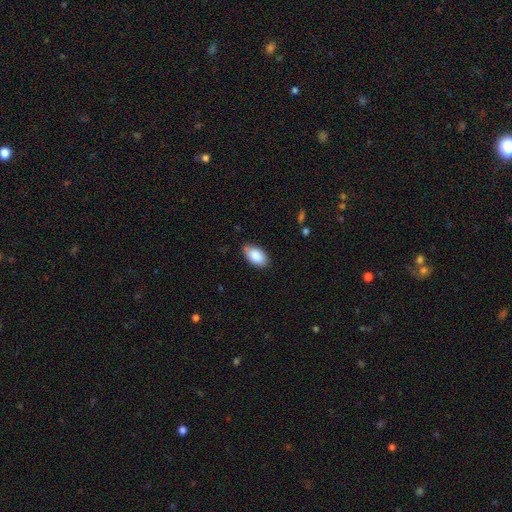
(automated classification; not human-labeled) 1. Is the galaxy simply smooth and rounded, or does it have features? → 87% smooth, 7% featured or disk, 6% star or artifact.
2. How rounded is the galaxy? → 95% in between, 3% round, 2% cigar-shaped.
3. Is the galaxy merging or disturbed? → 79% none, 17% minor disturbance, 3% major disturbance, 1% merger.